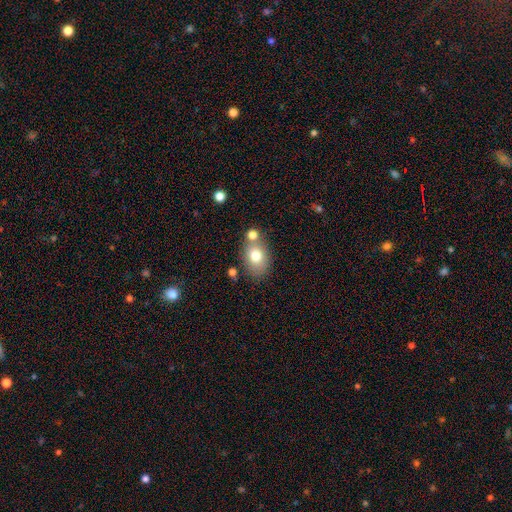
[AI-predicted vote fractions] smooth_or_featured: smooth (p=0.75) [alt: featured or disk p=0.16]
how_rounded: in between (p=0.76) [alt: round p=0.23]
merging: none (p=0.63) [alt: merger p=0.19]